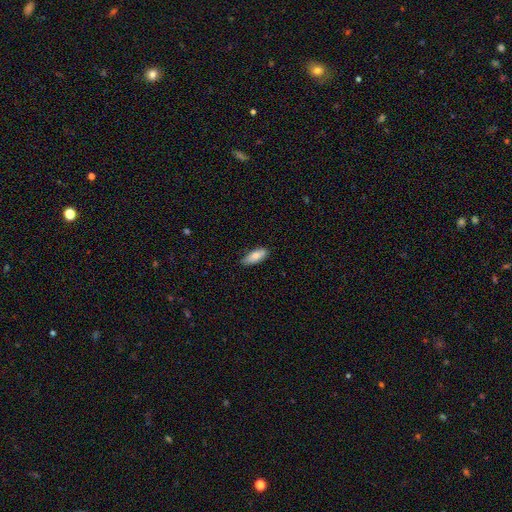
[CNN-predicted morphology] Q: Smooth or featured?
A: smooth (82%); runner-up: featured or disk (12%)
Q: How rounded?
A: in between (80%); runner-up: cigar-shaped (18%)
Q: Merging?
A: none (78%); runner-up: minor disturbance (19%)